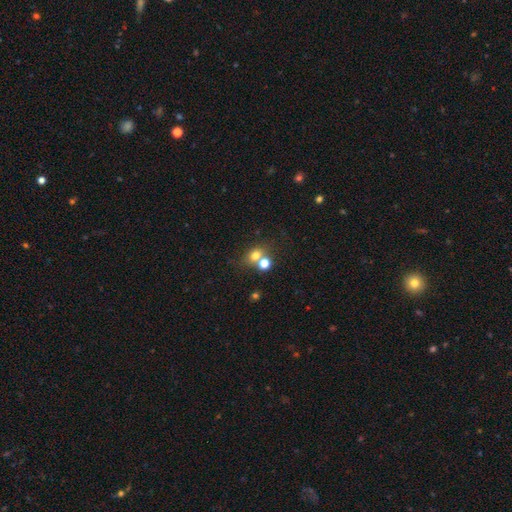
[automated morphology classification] This appears to be a smooth galaxy with no disk features (71%) that is round (59%). Merging: none (52%).